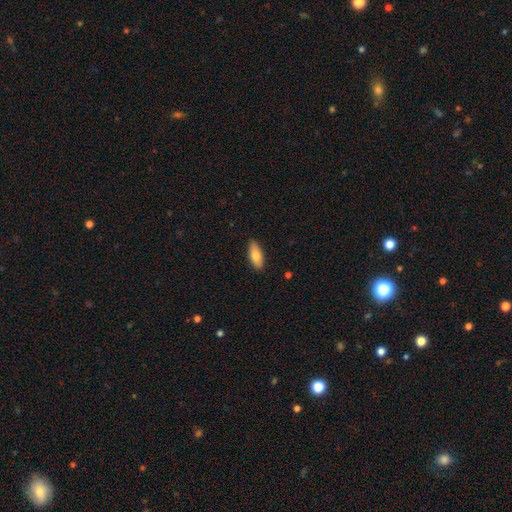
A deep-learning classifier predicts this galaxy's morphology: This is likely a smooth galaxy (80%). How rounded: likely in between (78%). Merging: clearly none (88%).